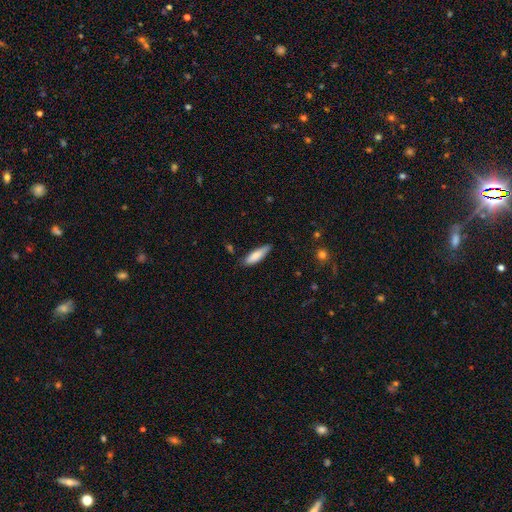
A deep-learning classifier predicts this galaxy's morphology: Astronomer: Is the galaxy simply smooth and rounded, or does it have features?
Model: smooth — 82%.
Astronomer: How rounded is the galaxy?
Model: cigar-shaped — 57% (runner-up: in between, 41%).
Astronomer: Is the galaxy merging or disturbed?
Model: none — 78%.